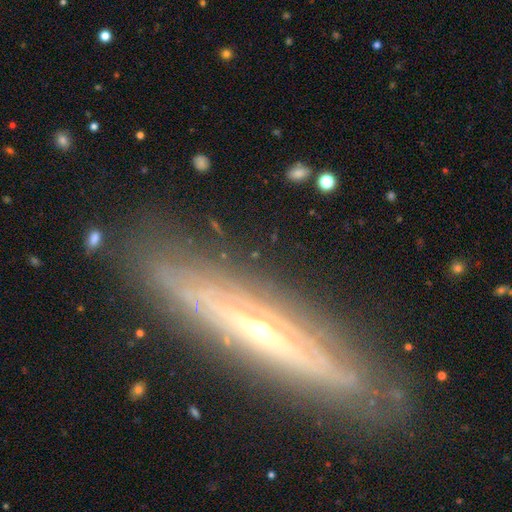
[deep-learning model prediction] Morphology: type=featured or disk (80%); edge-on=yes (78%); edge-on bulge=rounded (71%); merging=none (83%).